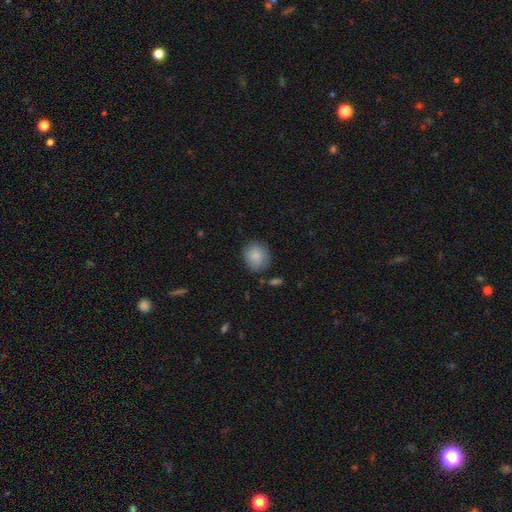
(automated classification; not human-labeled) Smooth or featured: smooth — 85% (featured or disk — 8%)
How rounded: round — 82% (in between — 17%)
Merging: none — 80% (minor disturbance — 14%)